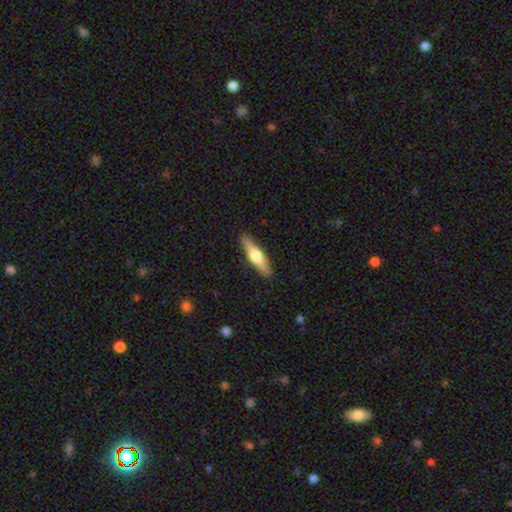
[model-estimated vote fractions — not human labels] smooth-or-featured: featured or disk: 52% | smooth: 43% | star or artifact: 5%
  disk-edge-on: yes: 94% | no: 6%
  merging: none: 90% | minor disturbance: 7% | major disturbance: 2% | merger: 1%